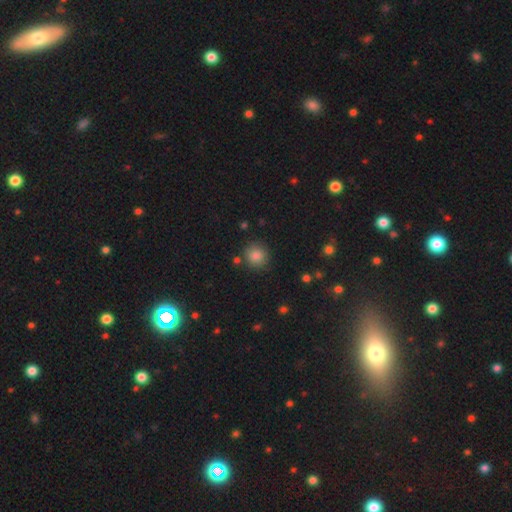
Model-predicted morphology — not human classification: Smooth or featured?
  - smooth: 84% *
  - star or artifact: 11%
  - featured or disk: 5%
How rounded?
  - round: 90% *
  - in between: 9%
  - cigar-shaped: 1%
Merging?
  - none: 85% *
  - minor disturbance: 9%
  - merger: 4%
  - major disturbance: 3%